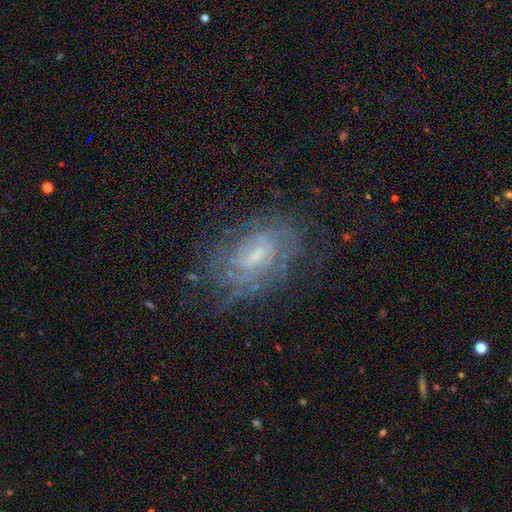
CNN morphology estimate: Smooth or featured? featured or disk (75%)
Edge-on disk? no (94%)
Bar? weak (54%)
Spiral arms? yes (86%)
Spiral winding? tight (64%)
Spiral arm count? can't tell (54%)
Bulge size? small (50%)
Merging? none (70%)